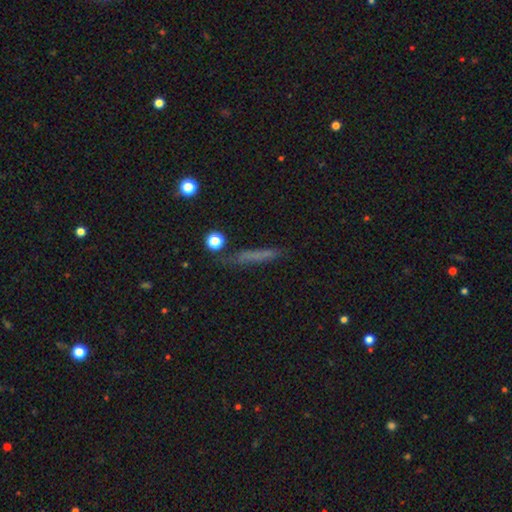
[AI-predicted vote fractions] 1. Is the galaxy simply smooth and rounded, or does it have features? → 58% smooth, 28% featured or disk, 14% star or artifact.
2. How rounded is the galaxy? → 90% cigar-shaped, 5% in between, 4% round.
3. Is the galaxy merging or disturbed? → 78% none, 15% minor disturbance, 5% major disturbance, 3% merger.